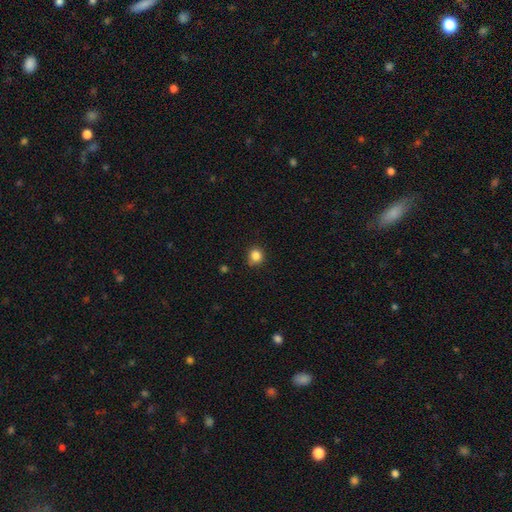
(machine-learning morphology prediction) Overall: smooth (84%). How rounded: round (89%). Merging: none (82%).